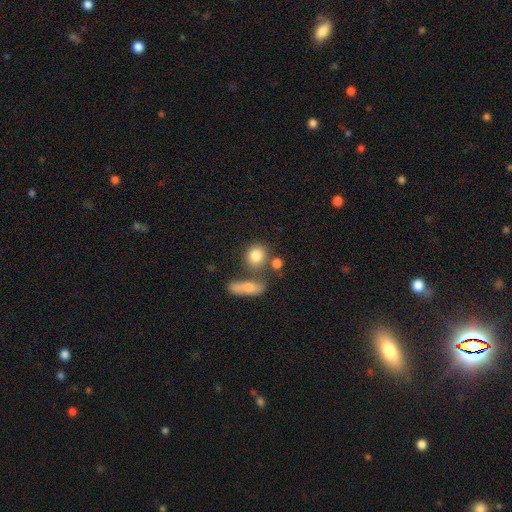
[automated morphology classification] Smooth or featured?
  - smooth: 82% *
  - featured or disk: 9%
  - star or artifact: 9%
How rounded?
  - round: 71% *
  - in between: 26%
  - cigar-shaped: 3%
Merging?
  - none: 62% *
  - merger: 21%
  - minor disturbance: 12%
  - major disturbance: 5%